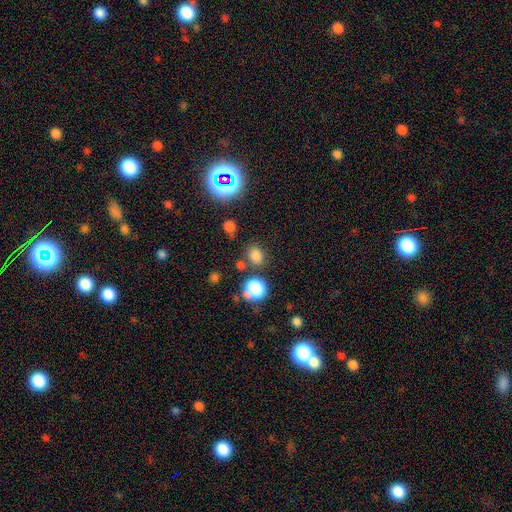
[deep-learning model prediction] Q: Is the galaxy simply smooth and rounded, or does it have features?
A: smooth — 73%.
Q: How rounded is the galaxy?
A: round — 57%.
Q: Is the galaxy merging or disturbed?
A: none — 77%.